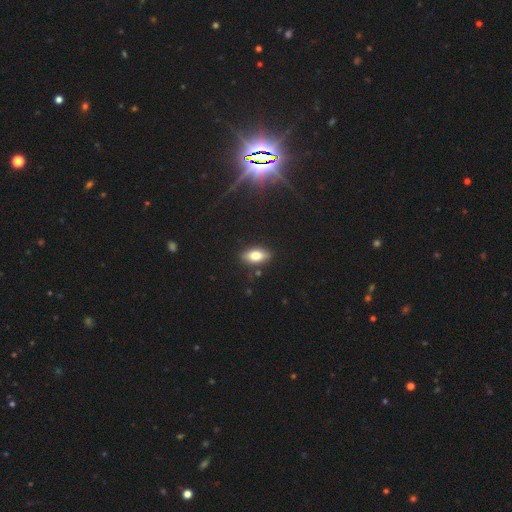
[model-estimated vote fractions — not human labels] Morphology: type=smooth (75%); roundness=in between (86%); merging=none (85%).